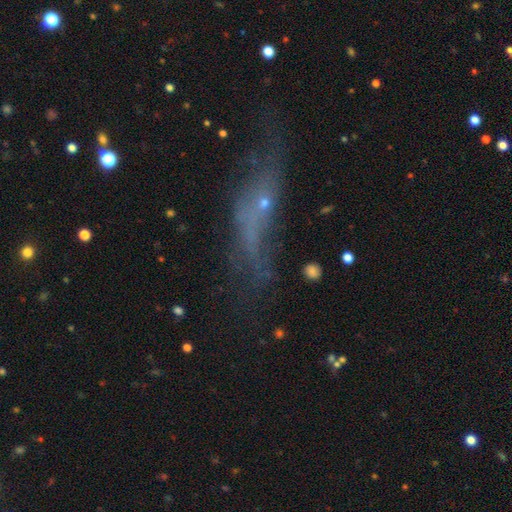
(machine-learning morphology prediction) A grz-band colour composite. It shows a featured or disk galaxy (42%). Merging: none (42%).